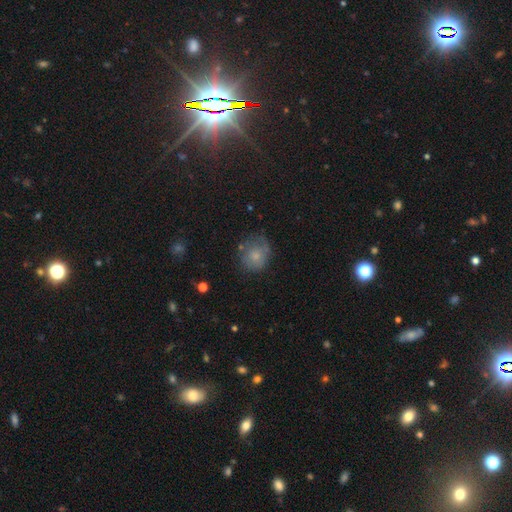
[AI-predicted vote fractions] Smooth or featured? smooth (68%)
How rounded? round (74%)
Merging? none (59%)